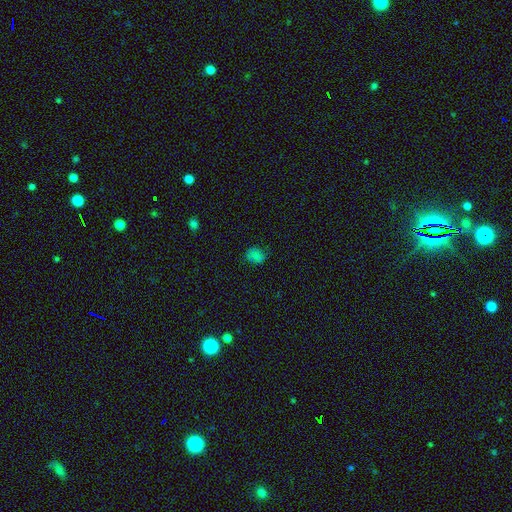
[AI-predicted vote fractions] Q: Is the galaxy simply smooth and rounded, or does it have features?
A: smooth — 74%.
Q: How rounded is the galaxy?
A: in between — 60%.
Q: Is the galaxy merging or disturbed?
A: none — 75%.